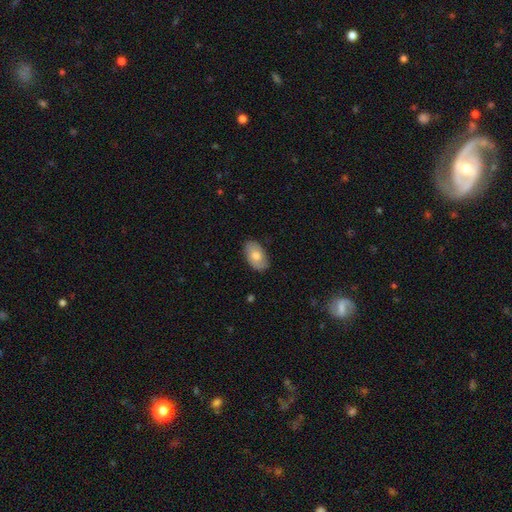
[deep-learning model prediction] Q: Smooth or featured?
A: smooth (70%); runner-up: featured or disk (24%)
Q: How rounded?
A: in between (93%); runner-up: round (6%)
Q: Merging?
A: none (83%); runner-up: minor disturbance (13%)